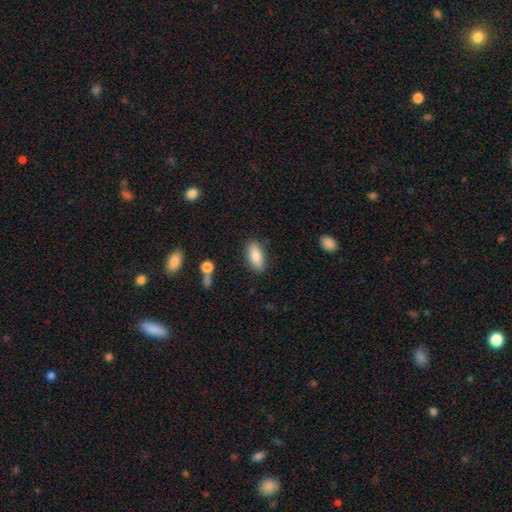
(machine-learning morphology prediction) smooth_or_featured: smooth (p=0.84) [alt: featured or disk p=0.09]
how_rounded: in between (p=0.85) [alt: cigar-shaped p=0.12]
merging: none (p=0.83) [alt: minor disturbance p=0.11]